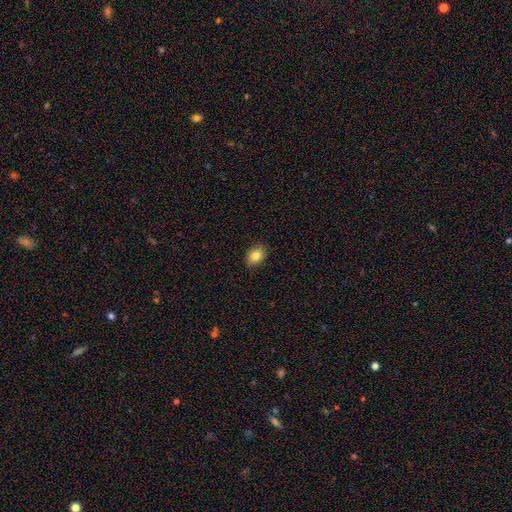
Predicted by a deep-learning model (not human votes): smooth 83%, star or artifact 9%, featured or disk 8%. Down the decision tree: how rounded — in between (69%); merging — none (87%).